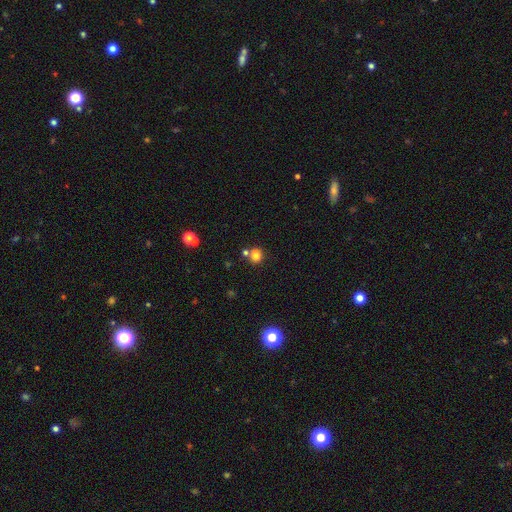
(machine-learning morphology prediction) Q: Smooth or featured?
A: smooth (77%); runner-up: star or artifact (14%)
Q: How rounded?
A: round (85%); runner-up: in between (15%)
Q: Merging?
A: none (59%); runner-up: merger (26%)